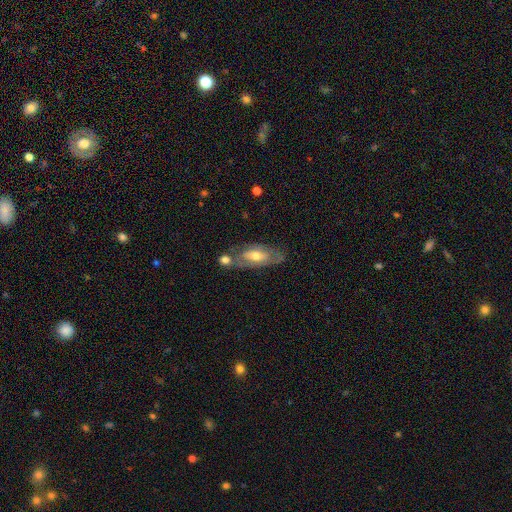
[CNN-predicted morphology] This is possibly a featured or disk galaxy (56%). It is likely not viewed edge-on (78%). Merging: possibly none (54%).